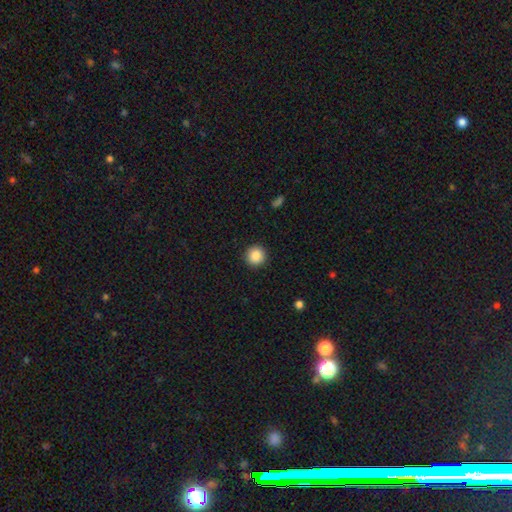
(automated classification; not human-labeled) Overall: smooth (88%). How rounded: round (95%). Merging: none (92%).